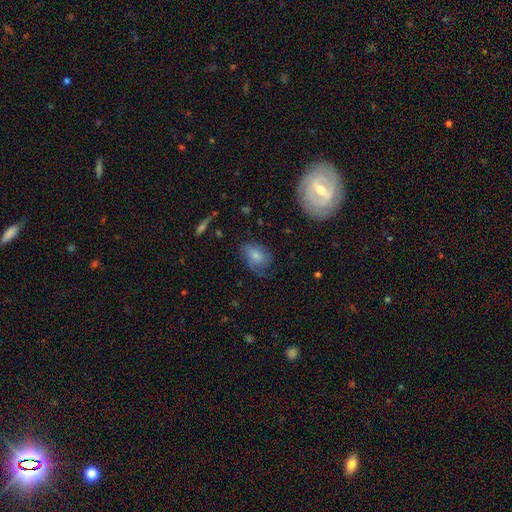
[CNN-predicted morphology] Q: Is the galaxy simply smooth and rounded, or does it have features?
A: smooth — 56%.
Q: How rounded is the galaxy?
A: in between — 79%.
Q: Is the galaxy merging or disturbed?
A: none — 52%.